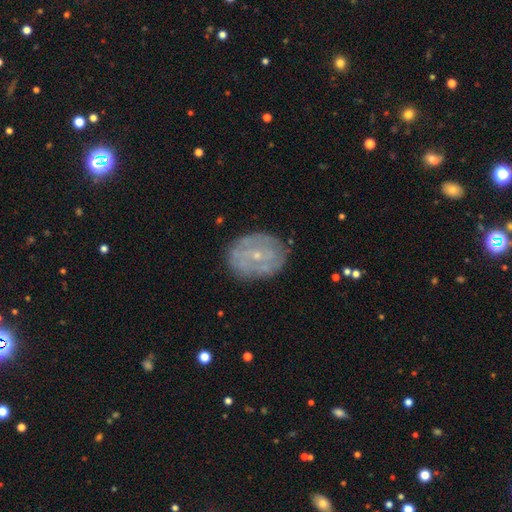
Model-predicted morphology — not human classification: Smooth or featured? featured or disk (67%)
Edge-on disk? no (96%)
Bar? no (63%)
Spiral arms? yes (61%)
Bulge size? small (81%)
Merging? none (78%)